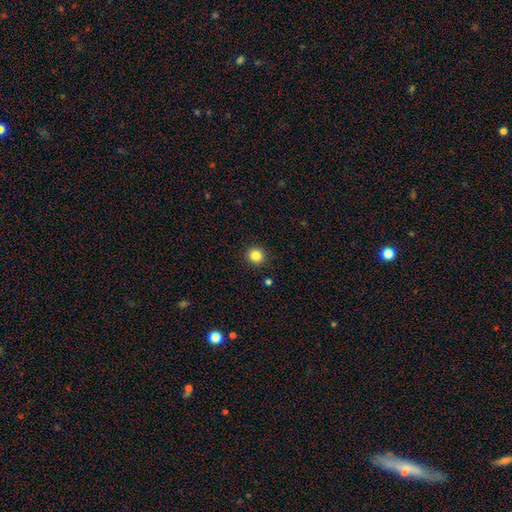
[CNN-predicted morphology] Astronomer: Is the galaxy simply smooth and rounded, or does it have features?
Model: smooth — 84%.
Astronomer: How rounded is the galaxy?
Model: round — 92%.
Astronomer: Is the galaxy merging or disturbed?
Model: none — 92%.